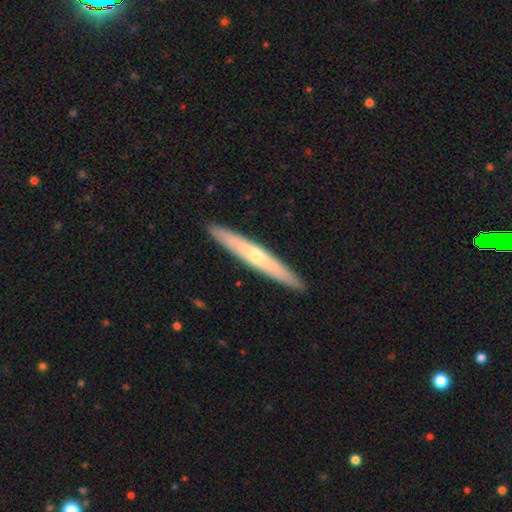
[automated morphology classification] This is possibly a featured or disk galaxy (54%). It is clearly viewed edge-on (90%). Merging: clearly none (91%).